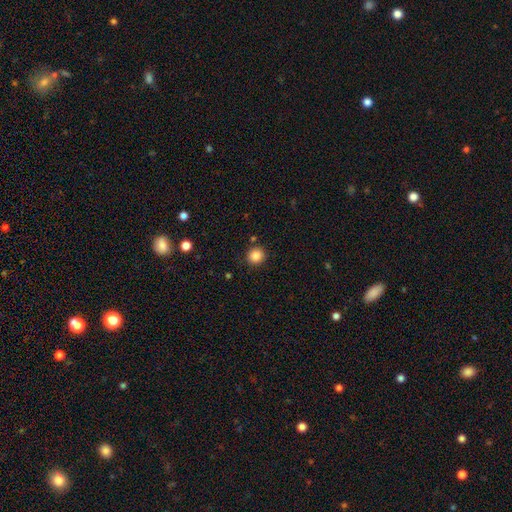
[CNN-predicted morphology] Smooth or featured: smooth — 86% (star or artifact — 11%)
How rounded: round — 91% (in between — 8%)
Merging: none — 88% (minor disturbance — 7%)